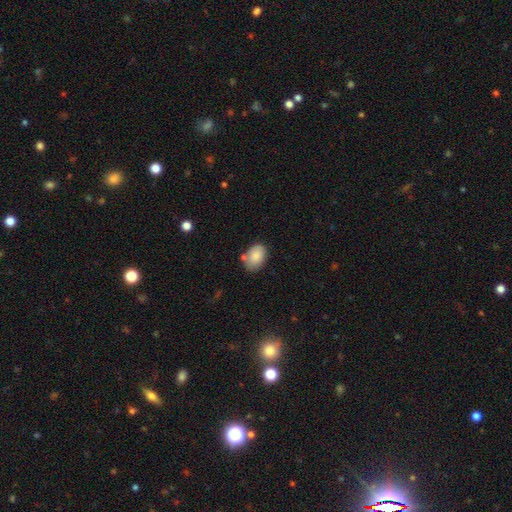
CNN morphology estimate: smooth 85%, featured or disk 8%, star or artifact 7%. Down the decision tree: how rounded — in between (85%); merging — none (72%).